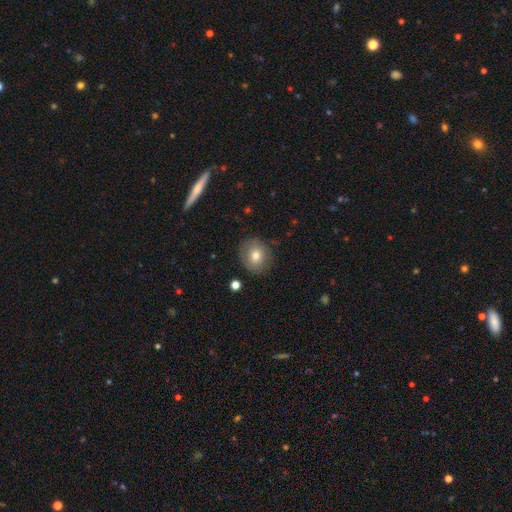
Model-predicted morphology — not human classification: smooth_or_featured: smooth (p=0.74) [alt: featured or disk p=0.17]
how_rounded: round (p=0.80) [alt: in between p=0.19]
merging: none (p=0.82) [alt: minor disturbance p=0.13]